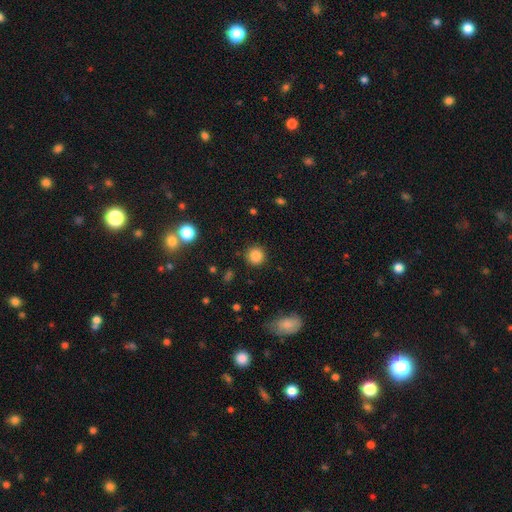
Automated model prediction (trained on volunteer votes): Smooth or featured: smooth — 85% (star or artifact — 11%)
How rounded: round — 93% (in between — 6%)
Merging: none — 90% (minor disturbance — 6%)